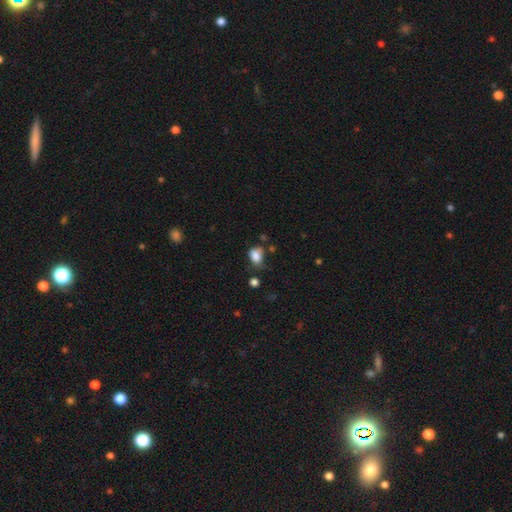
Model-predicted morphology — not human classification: Smooth or featured? Predicted: smooth (p=0.82). How rounded? Predicted: in between (p=0.70). Merging? Predicted: none (p=0.47).